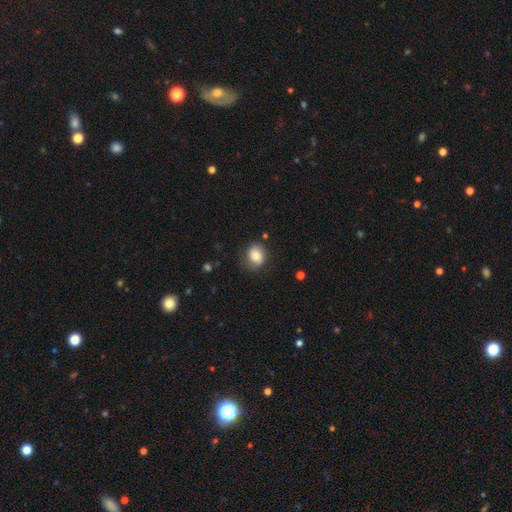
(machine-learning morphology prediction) This appears to be a smooth galaxy with no disk features (80%) that is round (57%). Merging: none (72%).